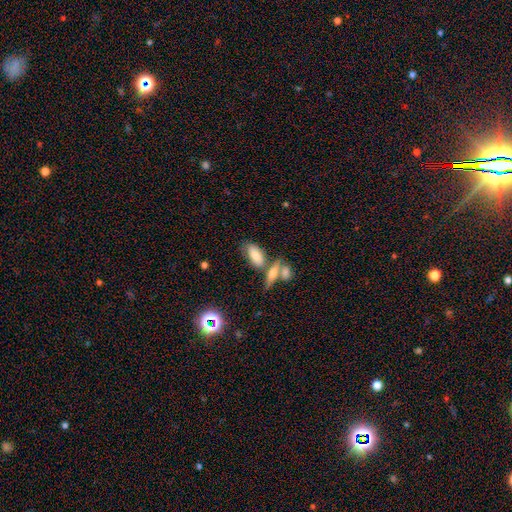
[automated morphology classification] A smooth galaxy with no disk features (73%) that is in between round and cigar-shaped (86%). Merging: none (47%).